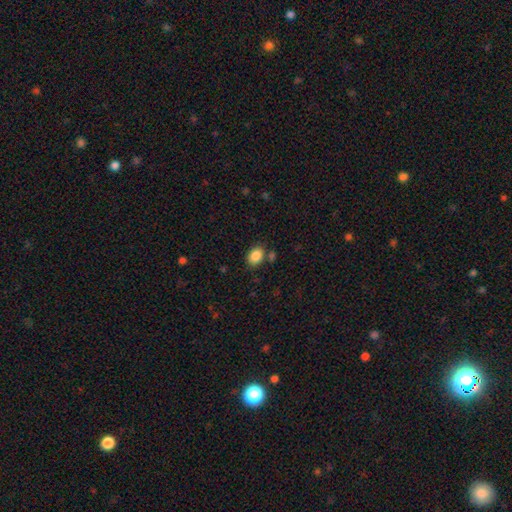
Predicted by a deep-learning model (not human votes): The model was most divided on "how rounded": in between: 71%, round: 28%, cigar-shaped: 1%. More confident: smooth or featured — smooth (86%); merging — none (77%).